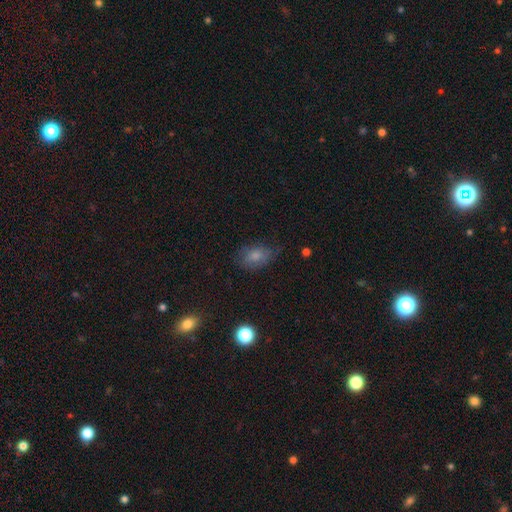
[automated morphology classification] Smooth or featured: smooth — 76% (featured or disk — 14%)
How rounded: in between — 79% (round — 20%)
Merging: none — 61% (minor disturbance — 28%)